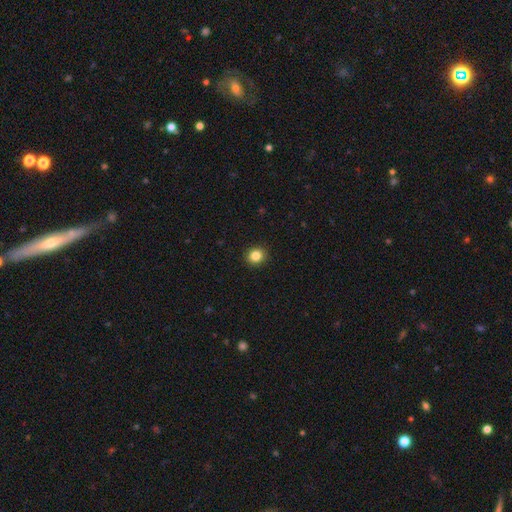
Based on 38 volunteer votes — Volunteers were most divided on "how rounded": round: 94%, in between: 6%, cigar-shaped: 0%. More confident: merging — none (97%); smooth or featured — smooth (95%).